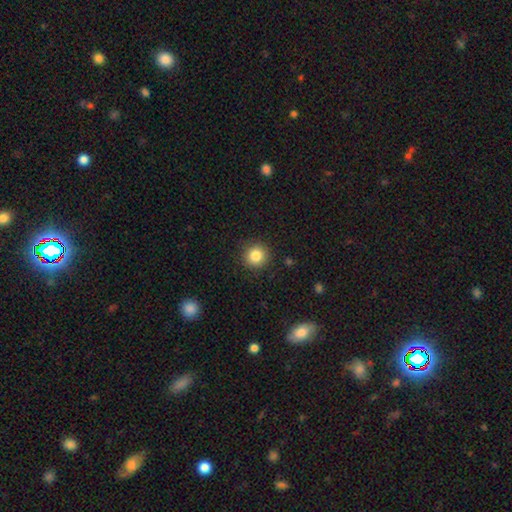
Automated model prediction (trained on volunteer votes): Q: Smooth or featured?
A: smooth (84%); runner-up: star or artifact (11%)
Q: How rounded?
A: round (94%); runner-up: in between (5%)
Q: Merging?
A: none (90%); runner-up: minor disturbance (6%)